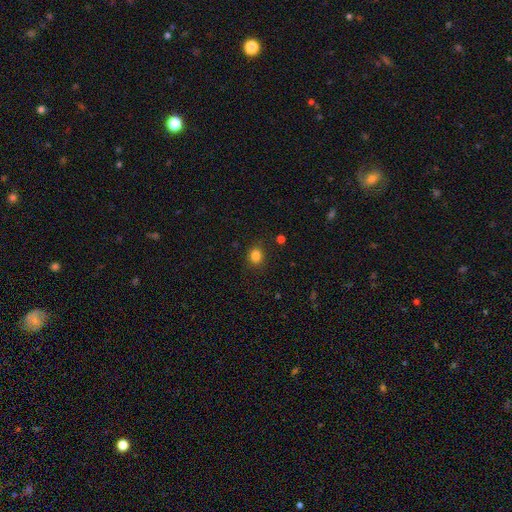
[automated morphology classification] Smooth or featured? Predicted: smooth (p=0.83). How rounded? Predicted: round (p=0.76). Merging? Predicted: none (p=0.86).